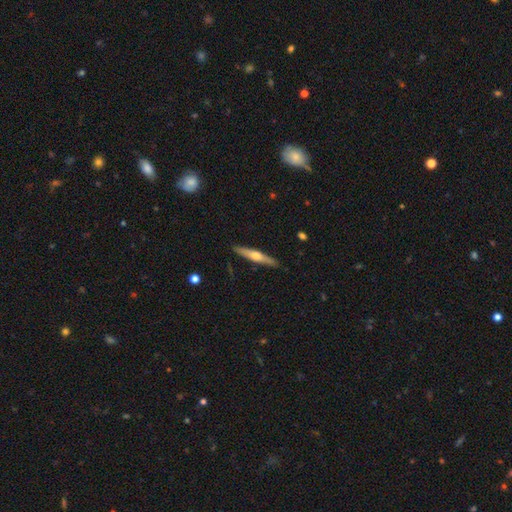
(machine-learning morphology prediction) Smooth or featured? Predicted: featured or disk (p=0.59). Edge-on disk? Predicted: yes (p=0.96). Edge-on bulge? Predicted: rounded (p=0.89). Merging? Predicted: none (p=0.90).